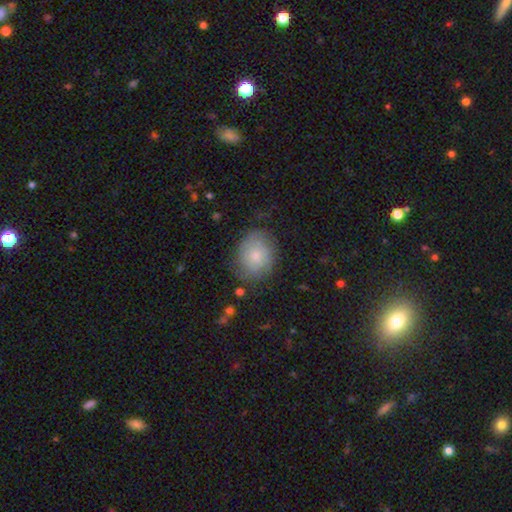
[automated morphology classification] The model was most divided on "how rounded": round: 55%, in between: 44%, cigar-shaped: 1%. More confident: merging — none (70%); smooth or featured — smooth (67%).